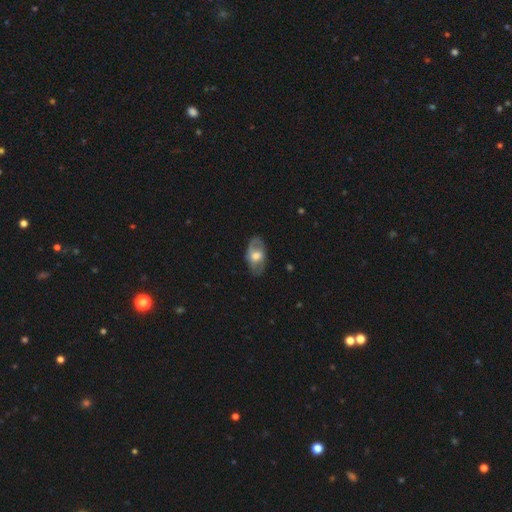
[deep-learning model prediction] smooth-or-featured: featured or disk: 56% | smooth: 38% | star or artifact: 6%
  disk-edge-on: no: 89% | yes: 11%
    bar: no: 55% | weak: 35% | strong: 10%
    has-spiral-arms: yes: 63% | no: 37%
    bulge-size: moderate: 55% | large: 31% | small: 10% | none: 2% | dominant: 2%
  merging: none: 74% | minor disturbance: 19% | major disturbance: 6% | merger: 1%